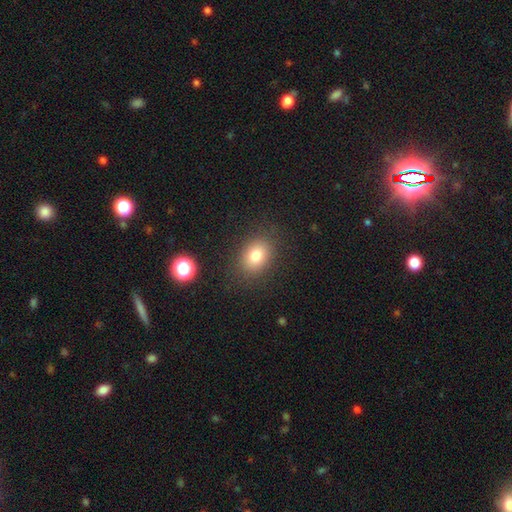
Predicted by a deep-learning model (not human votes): This is likely a smooth galaxy (79%). How rounded: likely in between (67%). Merging: clearly none (86%).